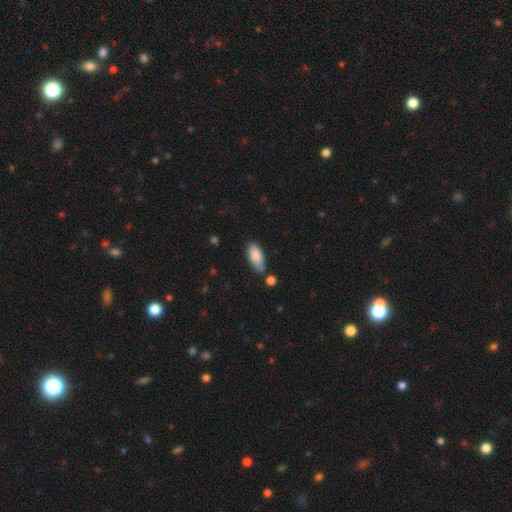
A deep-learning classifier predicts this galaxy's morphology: Smooth or featured? Predicted: smooth (p=0.84). How rounded? Predicted: in between (p=0.86). Merging? Predicted: none (p=0.70).